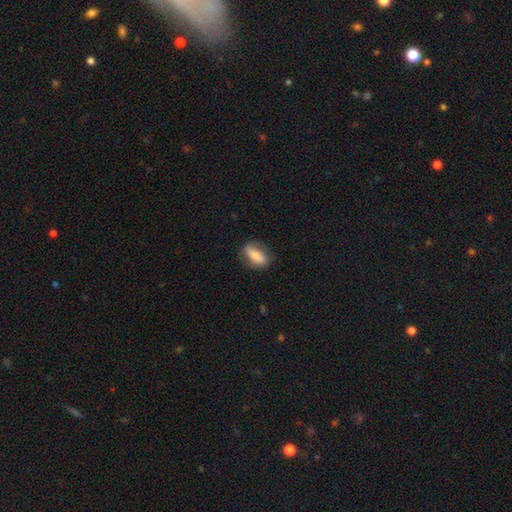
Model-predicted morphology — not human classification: smooth 68%, featured or disk 26%, star or artifact 7%. Down the decision tree: how rounded — in between (80%); merging — none (75%).